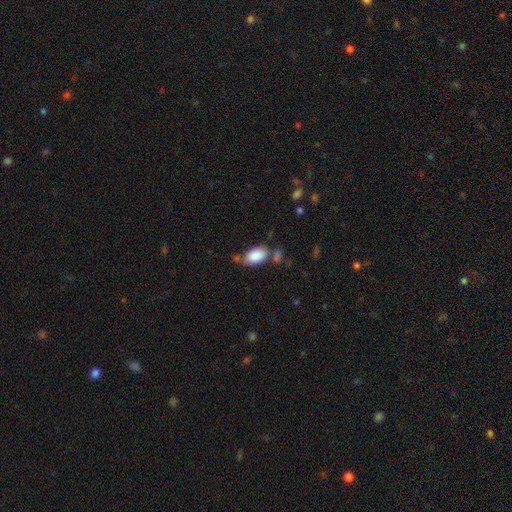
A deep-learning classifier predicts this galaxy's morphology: Smooth or featured: smooth — 87% (star or artifact — 7%)
How rounded: in between — 93% (round — 5%)
Merging: none — 58% (minor disturbance — 19%)